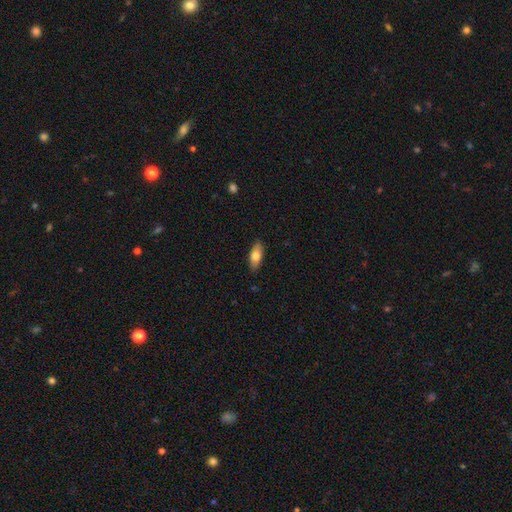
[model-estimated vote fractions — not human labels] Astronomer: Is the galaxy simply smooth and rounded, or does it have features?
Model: smooth — 75%.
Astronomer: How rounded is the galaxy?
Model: in between — 78%.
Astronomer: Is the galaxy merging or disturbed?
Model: none — 87%.